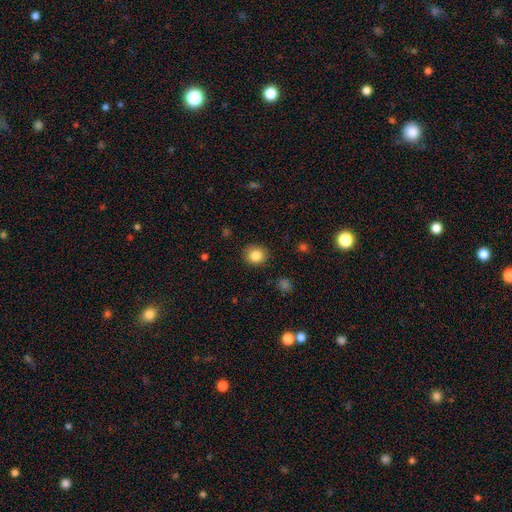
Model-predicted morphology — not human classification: type=smooth (85%); roundness=round (83%); merging=none (89%).